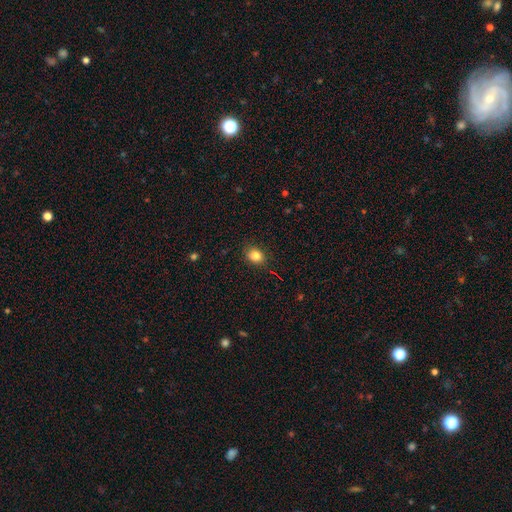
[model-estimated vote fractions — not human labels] A smooth galaxy with no disk features (83%) that is in between round and cigar-shaped (54%). Merging: none (86%).